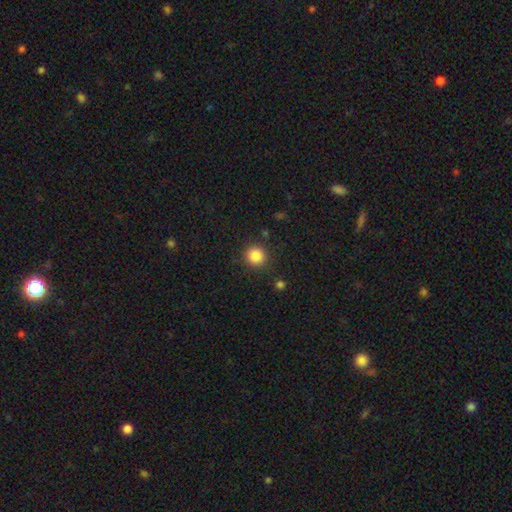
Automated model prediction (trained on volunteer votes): Q: Smooth or featured?
A: smooth (85%); runner-up: star or artifact (11%)
Q: How rounded?
A: round (92%); runner-up: in between (7%)
Q: Merging?
A: none (88%); runner-up: minor disturbance (7%)